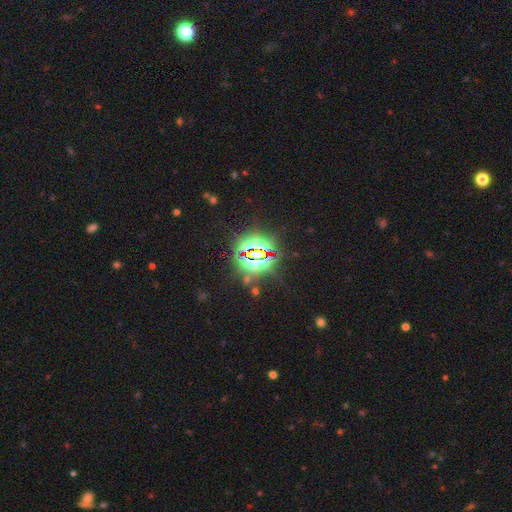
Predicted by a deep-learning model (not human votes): A star or artifact, not a galaxy (82%).

Vote fractions:
- Smooth or featured? star or artifact: 82% / smooth: 10% / featured or disk: 8%